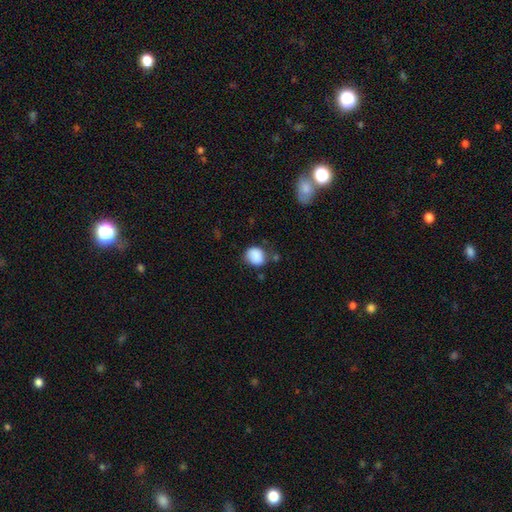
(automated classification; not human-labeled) This appears to be a smooth galaxy with no disk features (88%) that is round (71%). Merging: none (68%).